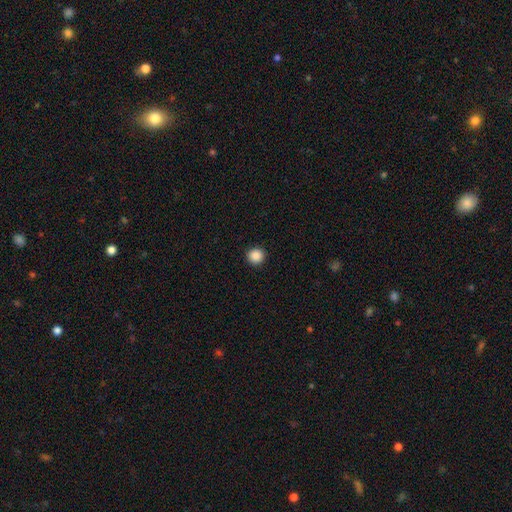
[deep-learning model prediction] Smooth or featured? smooth (88%)
How rounded? round (95%)
Merging? none (93%)